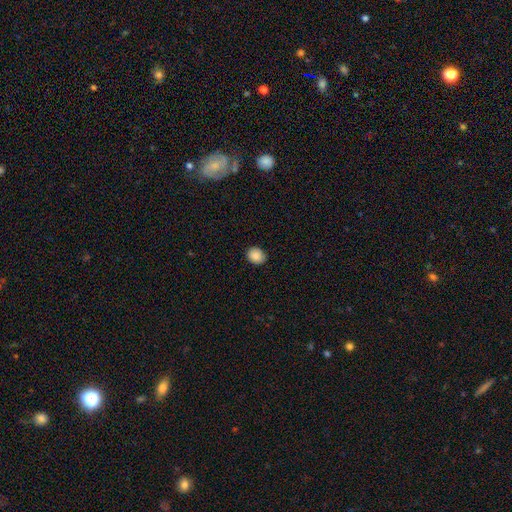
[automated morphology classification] Q: Smooth or featured?
A: smooth (88%); runner-up: star or artifact (9%)
Q: How rounded?
A: round (57%); runner-up: in between (42%)
Q: Merging?
A: none (89%); runner-up: minor disturbance (8%)